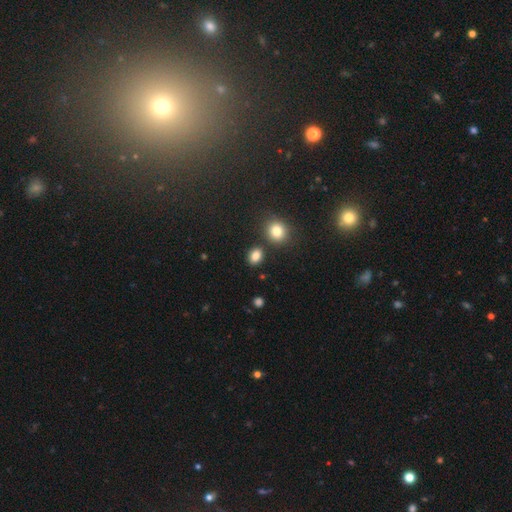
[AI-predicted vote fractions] This is clearly a smooth galaxy (84%). How rounded: possibly in between (51%). Merging: clearly none (81%).